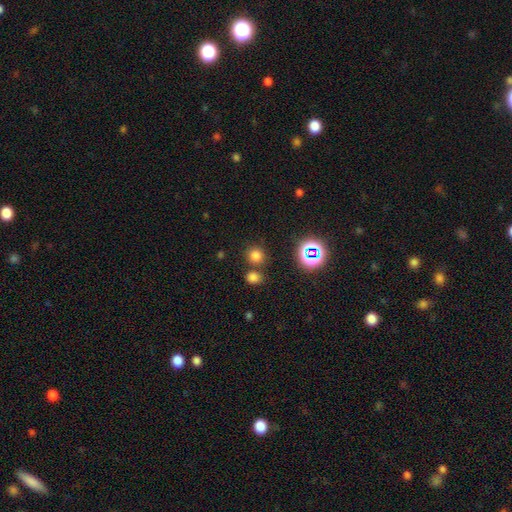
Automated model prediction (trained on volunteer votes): smooth-or-featured: smooth: 72% | star or artifact: 22% | featured or disk: 6%
  how-rounded: round: 89% | in between: 10% | cigar-shaped: 1%
  merging: none: 74% | merger: 15% | minor disturbance: 8% | major disturbance: 3%